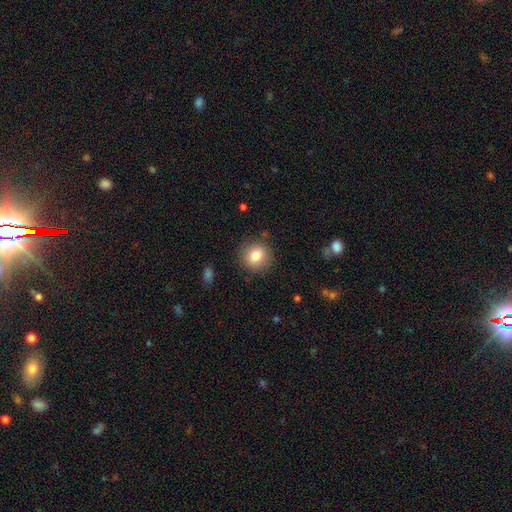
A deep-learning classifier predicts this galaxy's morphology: The model was most divided on "smooth or featured": smooth: 82%, star or artifact: 9%, featured or disk: 9%. More confident: how rounded — round (88%); merging — none (87%).